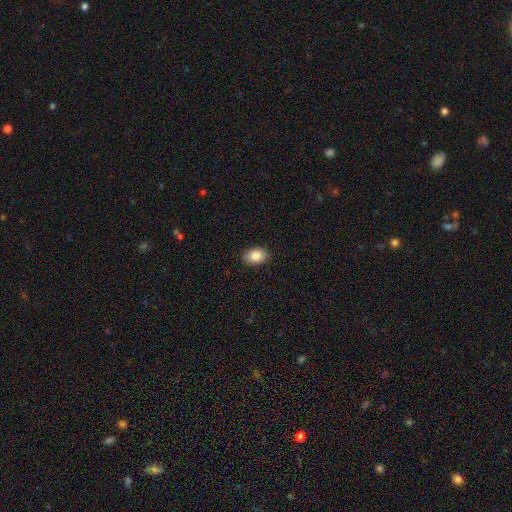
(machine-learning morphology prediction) smooth-or-featured: smooth: 85% | star or artifact: 8% | featured or disk: 7%
  how-rounded: in between: 82% | round: 17% | cigar-shaped: 1%
  merging: none: 88% | minor disturbance: 9% | major disturbance: 2% | merger: 1%